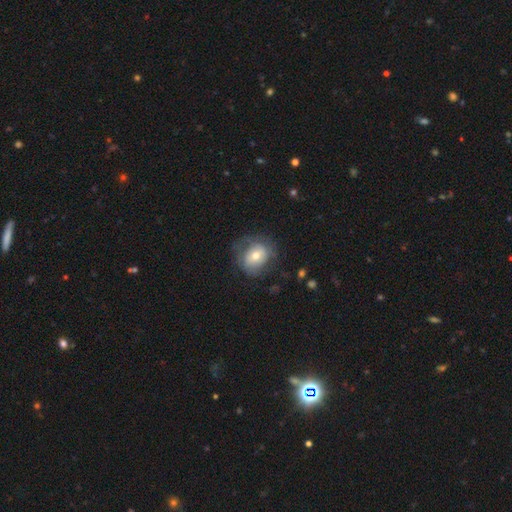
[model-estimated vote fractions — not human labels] Smooth or featured: smooth — 57% (featured or disk — 35%)
How rounded: round — 56% (in between — 43%)
Merging: none — 64% (minor disturbance — 21%)